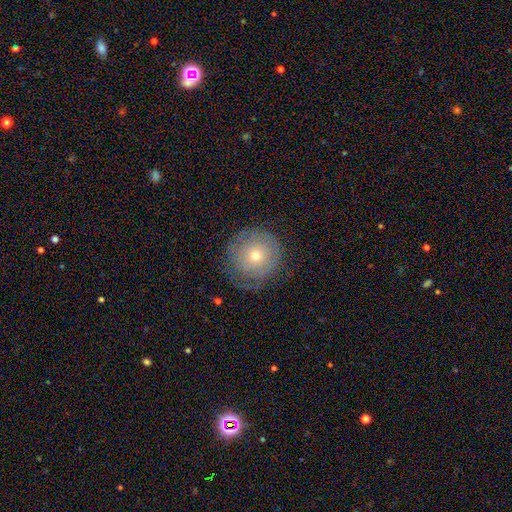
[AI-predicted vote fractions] A smooth galaxy with no disk features (51%) that is round (92%). Merging: none (71%).